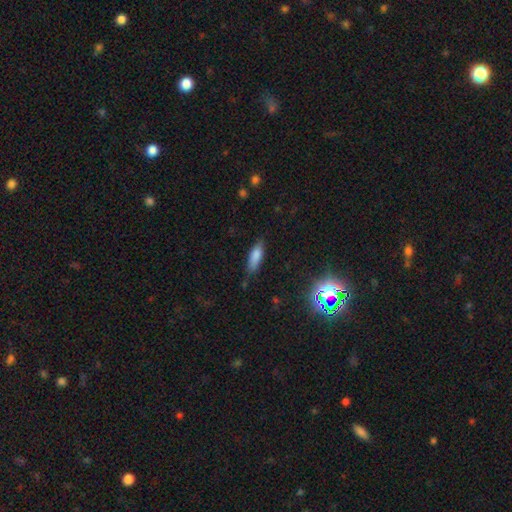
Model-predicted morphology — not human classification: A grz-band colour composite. It shows a smooth galaxy with no disk features (78%) that is in between round and cigar-shaped (58%). Merging: none (75%).